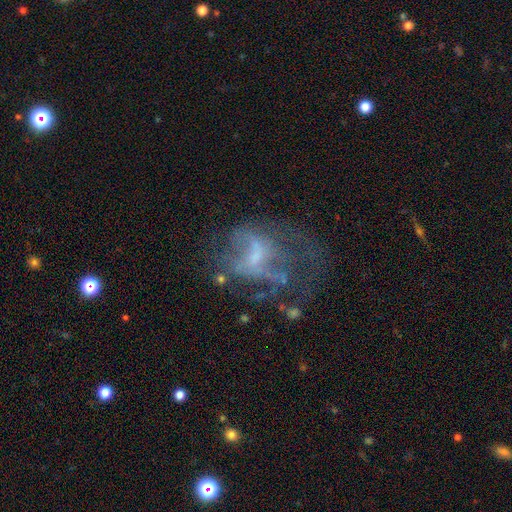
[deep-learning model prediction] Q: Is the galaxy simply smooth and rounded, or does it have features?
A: featured or disk — 63%.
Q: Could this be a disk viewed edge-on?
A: no — 97%.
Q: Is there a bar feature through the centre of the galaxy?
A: no — 61%.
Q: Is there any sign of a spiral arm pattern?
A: no — 68%.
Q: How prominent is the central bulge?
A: small — 45%.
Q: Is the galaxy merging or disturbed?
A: major disturbance — 42%.